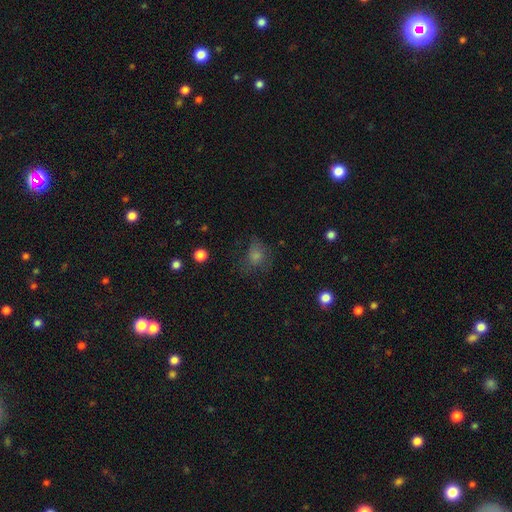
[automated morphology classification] smooth-or-featured: smooth: 57% | star or artifact: 24% | featured or disk: 20%
  how-rounded: round: 61% | in between: 37% | cigar-shaped: 1%
  merging: none: 55% | minor disturbance: 22% | major disturbance: 20% | merger: 2%